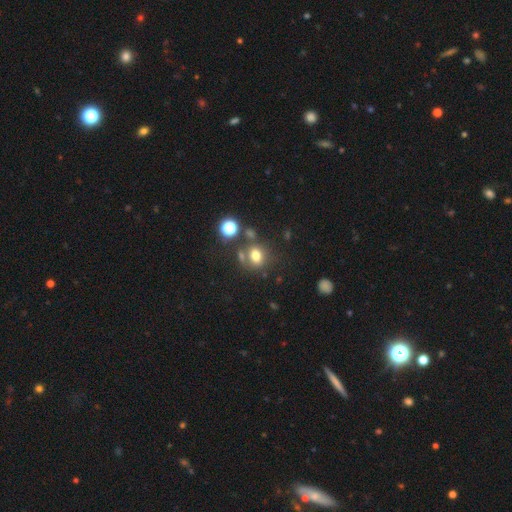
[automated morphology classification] smooth 71%, star or artifact 18%, featured or disk 11%. Down the decision tree: how rounded — round (61%); merging — none (62%).